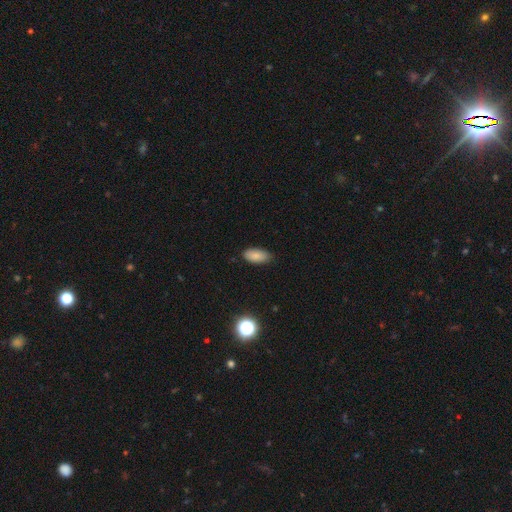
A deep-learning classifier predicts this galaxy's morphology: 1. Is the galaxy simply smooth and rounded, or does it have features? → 83% smooth, 9% star or artifact, 7% featured or disk.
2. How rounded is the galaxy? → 91% in between, 6% cigar-shaped, 3% round.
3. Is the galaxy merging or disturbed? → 84% none, 13% minor disturbance, 2% major disturbance, 1% merger.